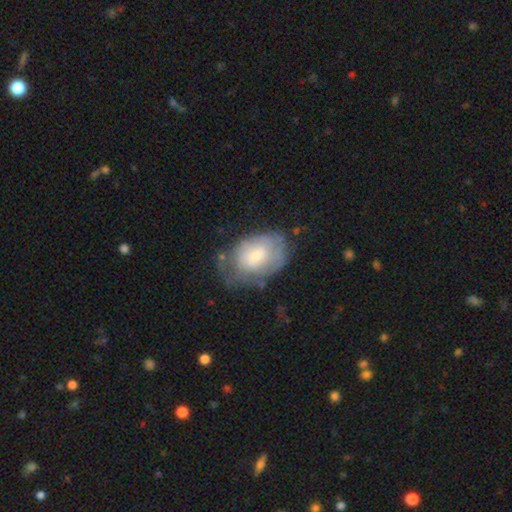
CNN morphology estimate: type=featured or disk (49%); merging=none (50%).